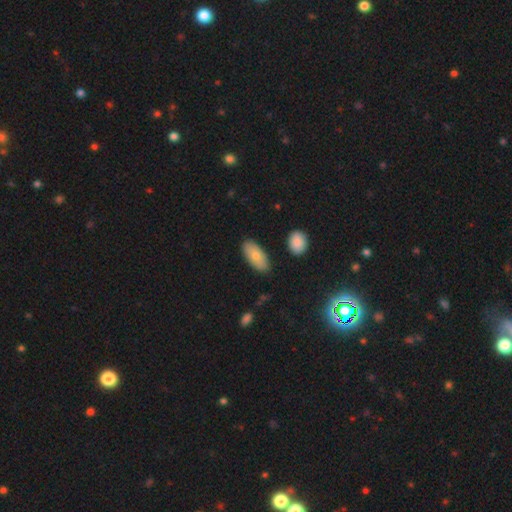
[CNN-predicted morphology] The model was most divided on "smooth or featured": smooth: 75%, featured or disk: 19%, star or artifact: 6%. More confident: how rounded — in between (91%); merging — none (83%).